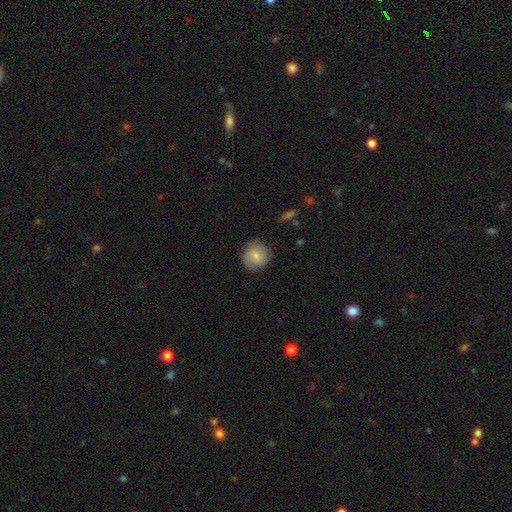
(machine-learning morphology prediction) A smooth galaxy with no disk features (69%) that is round (88%).

Vote fractions:
- Smooth or featured? smooth: 69% / featured or disk: 24% / star or artifact: 7%
- How rounded? round: 88% / in between: 11% / cigar-shaped: 1%
- Merging? none: 82% / minor disturbance: 14% / major disturbance: 4% / merger: 1%